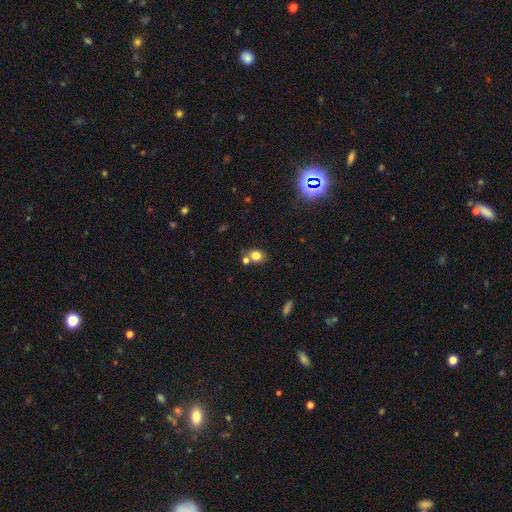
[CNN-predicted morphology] Overall: smooth (79%). How rounded: round (51%; in between 48%). Merging: none (57%; merger 28%).